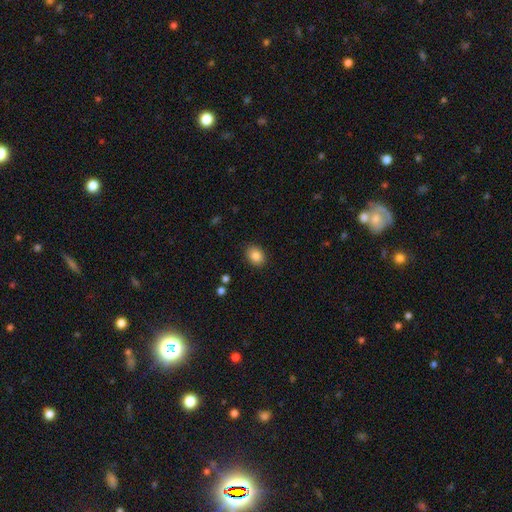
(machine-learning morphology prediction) A smooth galaxy with no disk features (86%) that is in between round and cigar-shaped (59%).

Vote fractions:
- Smooth or featured? smooth: 86% / star or artifact: 9% / featured or disk: 5%
- How rounded? in between: 59% / round: 40% / cigar-shaped: 1%
- Merging? none: 88% / minor disturbance: 9% / major disturbance: 2% / merger: 1%